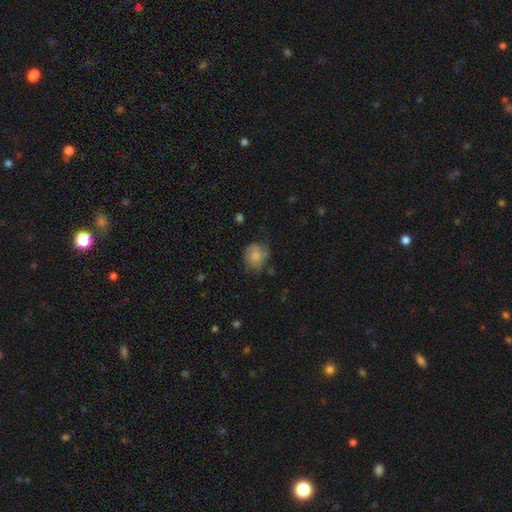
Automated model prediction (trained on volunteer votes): A smooth galaxy with no disk features (62%) that is round (64%).

Vote fractions:
- Smooth or featured? smooth: 62% / featured or disk: 30% / star or artifact: 8%
- How rounded? round: 64% / in between: 35% / cigar-shaped: 1%
- Merging? none: 53% / minor disturbance: 29% / major disturbance: 16% / merger: 2%